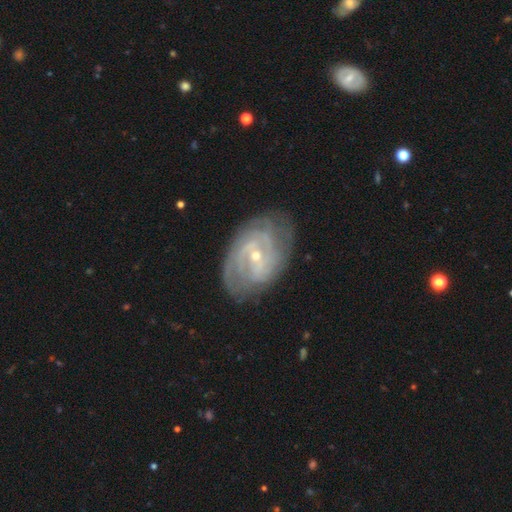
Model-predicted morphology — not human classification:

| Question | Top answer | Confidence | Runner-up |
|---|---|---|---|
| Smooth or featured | featured or disk | 86% | smooth (8%) |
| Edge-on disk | no | 96% | yes (4%) |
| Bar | weak | 45% | no (39%) |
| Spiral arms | yes | 95% | no (5%) |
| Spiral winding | tight | 64% | medium (29%) |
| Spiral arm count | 2 | 34% | can't tell (30%) |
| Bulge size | small | 70% | moderate (28%) |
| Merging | none | 76% | minor disturbance (17%) |